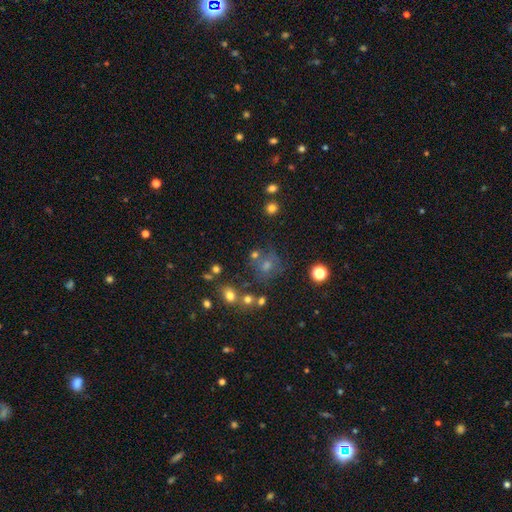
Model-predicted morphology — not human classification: The model was most divided on "smooth or featured": smooth: 50%, star or artifact: 33%, featured or disk: 17%. More confident: merging — none (65%).